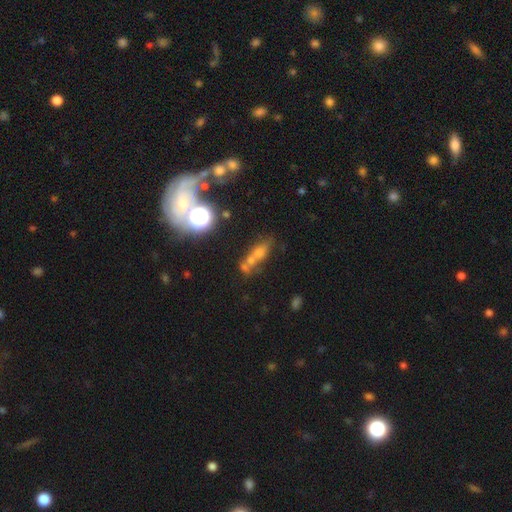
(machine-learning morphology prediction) A smooth galaxy with no disk features (42%).

Vote fractions:
- Smooth or featured? smooth: 42% / star or artifact: 31% / featured or disk: 27%
- Merging? none: 41% / merger: 34% / minor disturbance: 14% / major disturbance: 11%